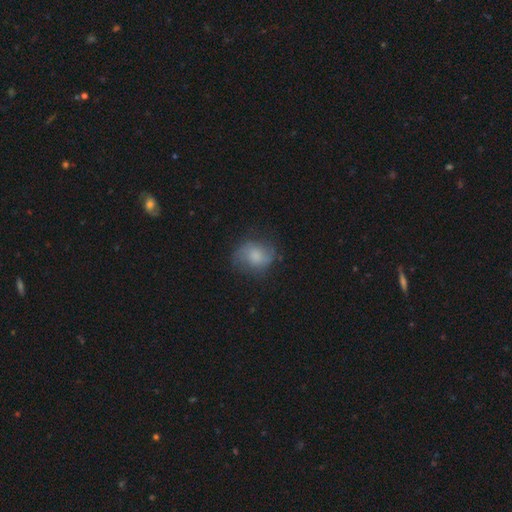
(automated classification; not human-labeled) The model was most divided on "how rounded": round: 55%, in between: 44%, cigar-shaped: 1%. More confident: smooth or featured — smooth (64%); merging — none (62%).